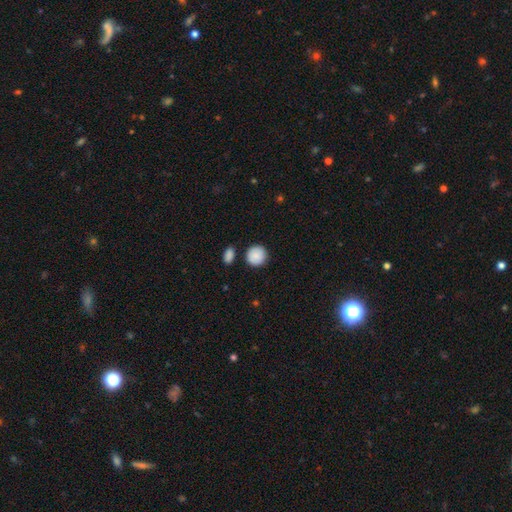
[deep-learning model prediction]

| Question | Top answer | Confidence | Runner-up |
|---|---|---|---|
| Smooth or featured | smooth | 89% | star or artifact (7%) |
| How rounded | round | 91% | in between (8%) |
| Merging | none | 84% | minor disturbance (9%) |